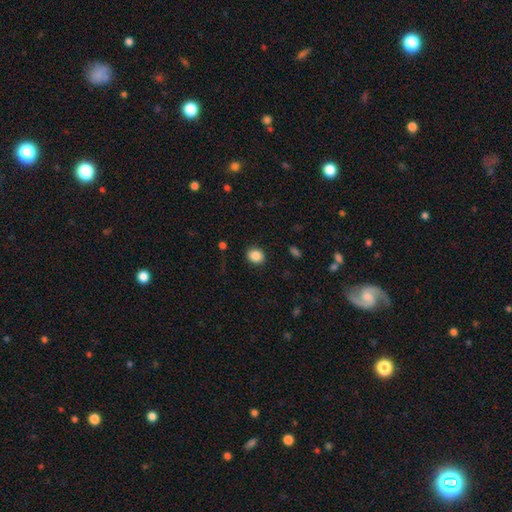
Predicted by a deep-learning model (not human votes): Smooth or featured?
  - smooth: 86% *
  - star or artifact: 9%
  - featured or disk: 4%
How rounded?
  - round: 66% *
  - in between: 33%
  - cigar-shaped: 1%
Merging?
  - none: 89% *
  - minor disturbance: 8%
  - major disturbance: 2%
  - merger: 1%